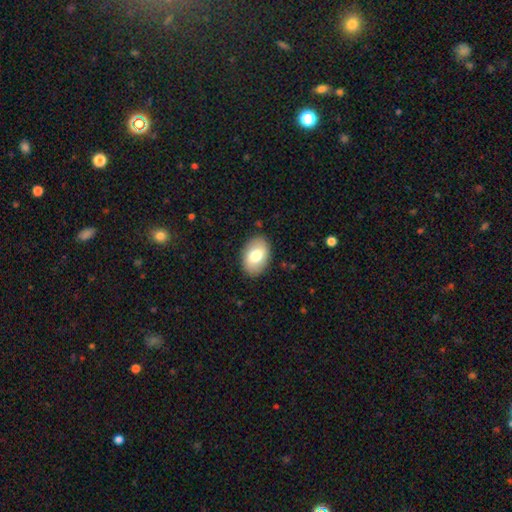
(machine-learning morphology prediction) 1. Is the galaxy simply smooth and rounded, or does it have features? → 73% smooth, 21% featured or disk, 6% star or artifact.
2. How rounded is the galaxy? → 86% in between, 12% round, 1% cigar-shaped.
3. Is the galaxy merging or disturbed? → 87% none, 9% minor disturbance, 3% major disturbance, 1% merger.